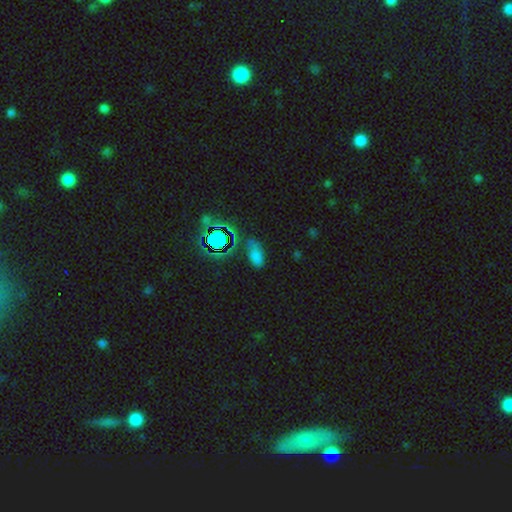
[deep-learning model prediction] Smooth or featured?
  - smooth: 59% *
  - star or artifact: 30%
  - featured or disk: 11%
How rounded?
  - in between: 87% *
  - round: 8%
  - cigar-shaped: 5%
Merging?
  - none: 59% *
  - minor disturbance: 22%
  - major disturbance: 12%
  - merger: 7%